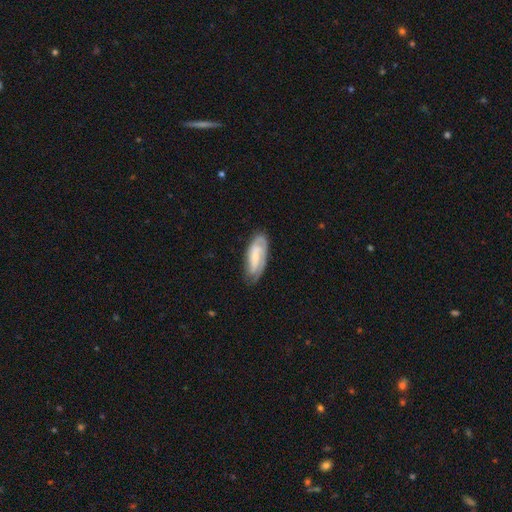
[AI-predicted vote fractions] This is likely a featured or disk galaxy (71%). It is clearly not viewed edge-on (92%). Bar: marginally no (44%). Spiral arm pattern: clearly yes (93%). Spiral arm count: possibly 2 (51%). Spiral winding: possibly tight (57%). Central bulge: possibly small (56%). Merging: likely none (73%).